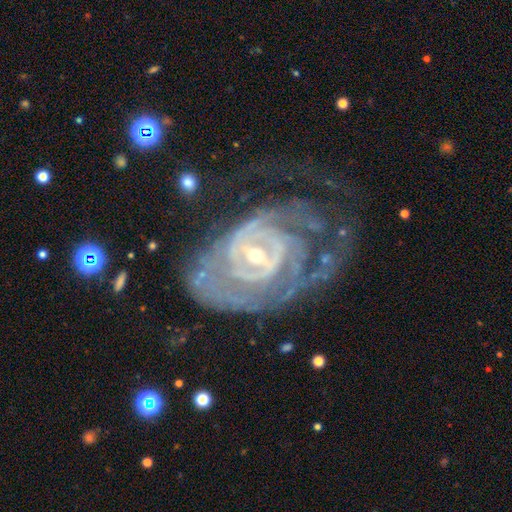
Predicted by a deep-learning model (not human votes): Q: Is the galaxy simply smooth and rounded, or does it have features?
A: featured or disk — 89%.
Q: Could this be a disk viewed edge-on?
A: no — 97%.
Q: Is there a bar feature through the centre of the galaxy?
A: weak — 45%.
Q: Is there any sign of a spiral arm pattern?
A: yes — 92%.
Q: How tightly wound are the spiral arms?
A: tight — 70%.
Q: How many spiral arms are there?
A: can't tell — 37%.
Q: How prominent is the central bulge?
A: small — 64%.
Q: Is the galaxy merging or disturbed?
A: none — 42%.